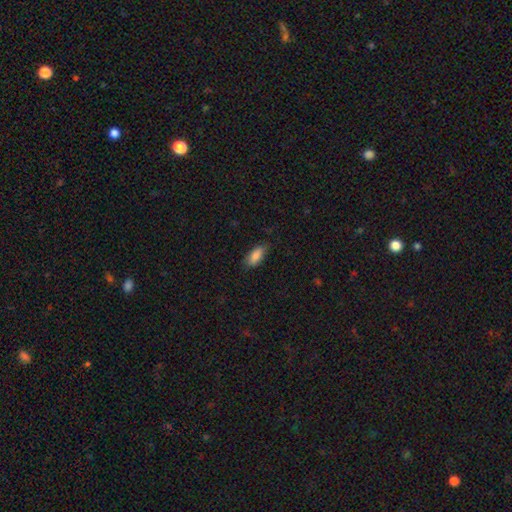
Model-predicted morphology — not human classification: Smooth or featured: smooth — 84% (featured or disk — 9%)
How rounded: in between — 83% (cigar-shaped — 14%)
Merging: none — 78% (minor disturbance — 17%)